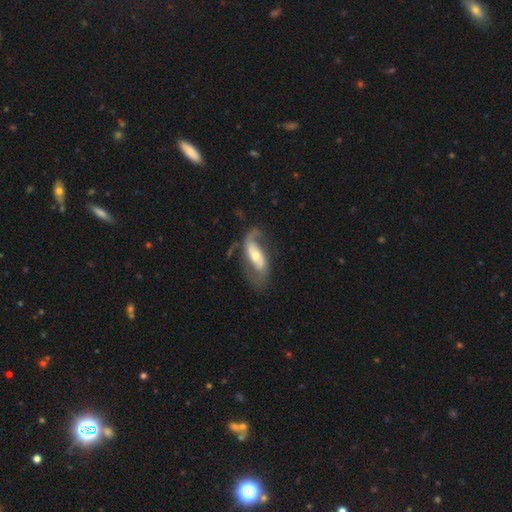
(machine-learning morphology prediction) Q: Smooth or featured?
A: featured or disk (74%); runner-up: smooth (21%)
Q: Edge-on disk?
A: no (91%); runner-up: yes (9%)
Q: Bar?
A: no (43%); runner-up: weak (29%)
Q: Spiral arms?
A: yes (84%); runner-up: no (16%)
Q: Spiral winding?
A: loose (51%); runner-up: medium (34%)
Q: Spiral arm count?
A: 2 (73%); runner-up: 1 (17%)
Q: Bulge size?
A: moderate (52%); runner-up: small (40%)
Q: Merging?
A: none (52%); runner-up: major disturbance (22%)